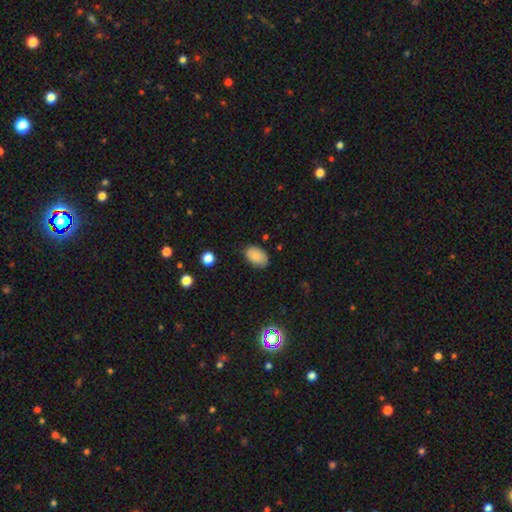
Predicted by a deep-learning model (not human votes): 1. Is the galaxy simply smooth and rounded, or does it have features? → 84% smooth, 8% star or artifact, 8% featured or disk.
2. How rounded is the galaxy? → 90% in between, 9% round, 1% cigar-shaped.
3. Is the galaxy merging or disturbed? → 80% none, 16% minor disturbance, 3% major disturbance, 1% merger.